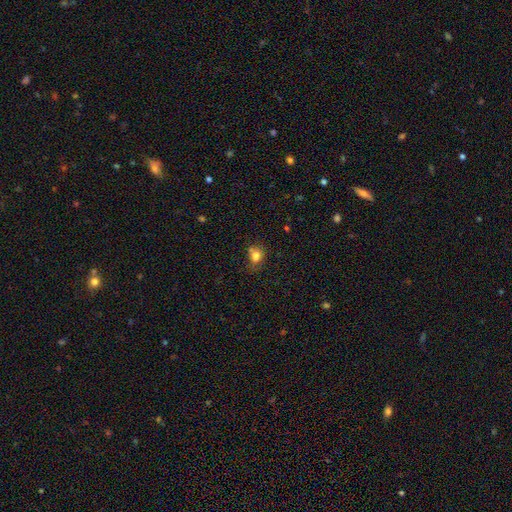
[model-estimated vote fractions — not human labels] Q: Smooth or featured?
A: smooth (76%); runner-up: star or artifact (13%)
Q: How rounded?
A: in between (50%); runner-up: round (48%)
Q: Merging?
A: none (48%); runner-up: merger (22%)